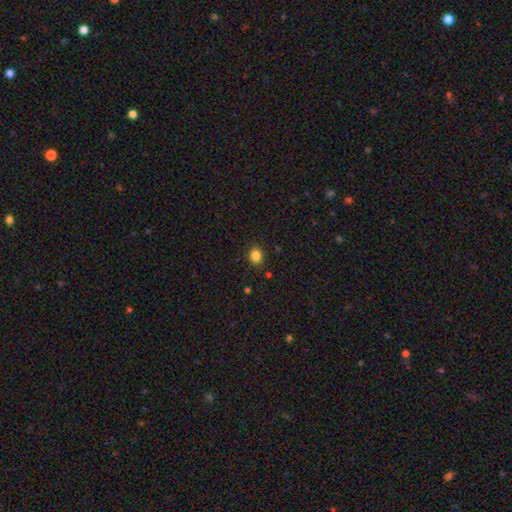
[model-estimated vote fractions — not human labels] smooth-or-featured: smooth: 84% | star or artifact: 11% | featured or disk: 4%
  how-rounded: round: 63% | in between: 36% | cigar-shaped: 1%
  merging: none: 88% | minor disturbance: 8% | major disturbance: 2% | merger: 1%